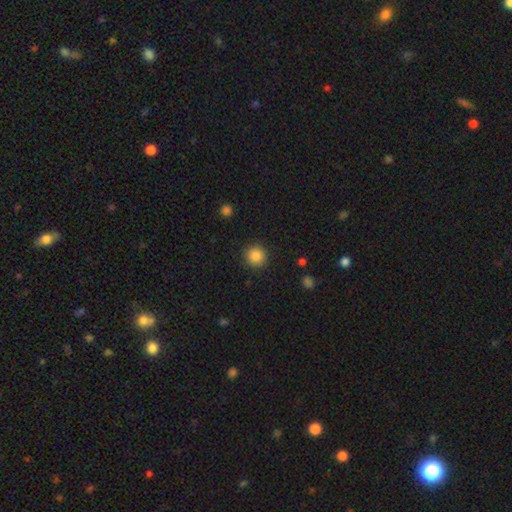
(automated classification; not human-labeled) A smooth galaxy with no disk features (86%) that is round (93%).

Vote fractions:
- Smooth or featured? smooth: 86% / star or artifact: 10% / featured or disk: 4%
- How rounded? round: 93% / in between: 6% / cigar-shaped: 1%
- Merging? none: 90% / minor disturbance: 6% / major disturbance: 2% / merger: 1%